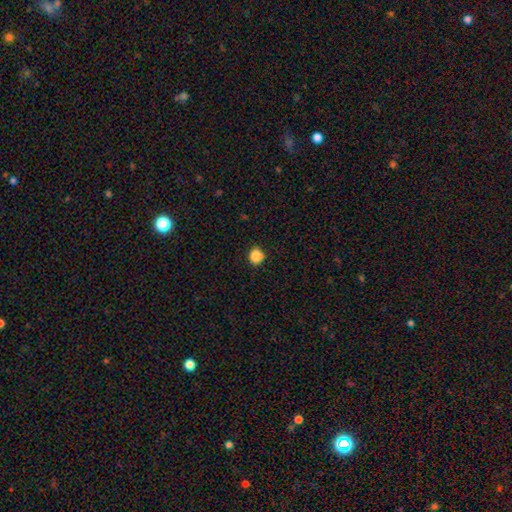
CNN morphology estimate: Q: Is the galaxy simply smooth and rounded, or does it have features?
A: smooth — 86%.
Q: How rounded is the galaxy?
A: round — 84%.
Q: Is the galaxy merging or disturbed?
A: none — 79%.